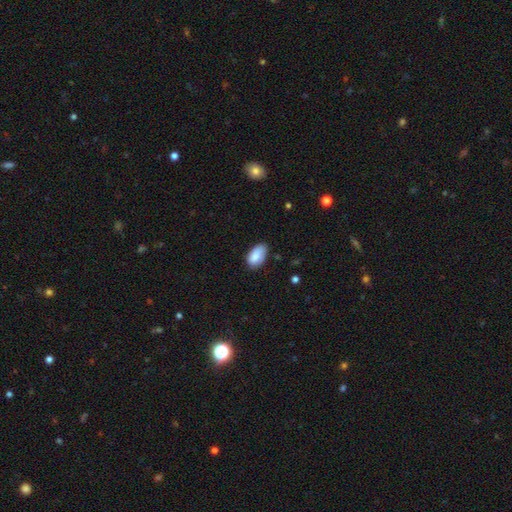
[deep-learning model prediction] A smooth galaxy with no disk features (84%) that is in between round and cigar-shaped (94%). Merging: none (68%).